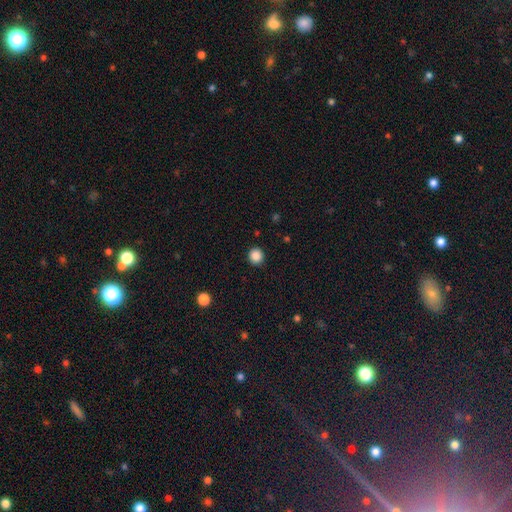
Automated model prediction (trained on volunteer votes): Overall: smooth (87%). How rounded: round (91%). Merging: none (92%).